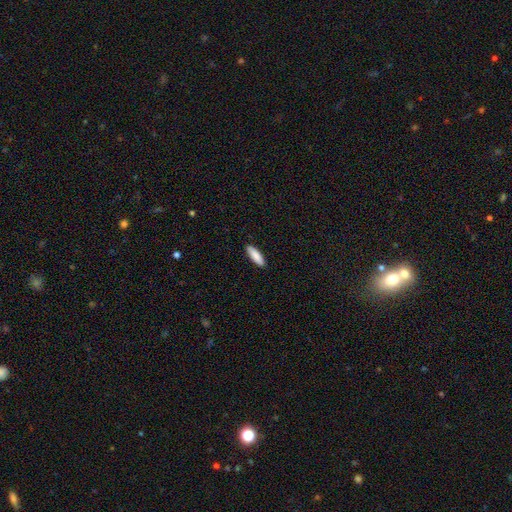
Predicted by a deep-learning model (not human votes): smooth-or-featured: smooth: 88% | featured or disk: 7% | star or artifact: 5%
  how-rounded: cigar-shaped: 50% | in between: 48% | round: 2%
  merging: none: 90% | minor disturbance: 8% | major disturbance: 2% | merger: 1%